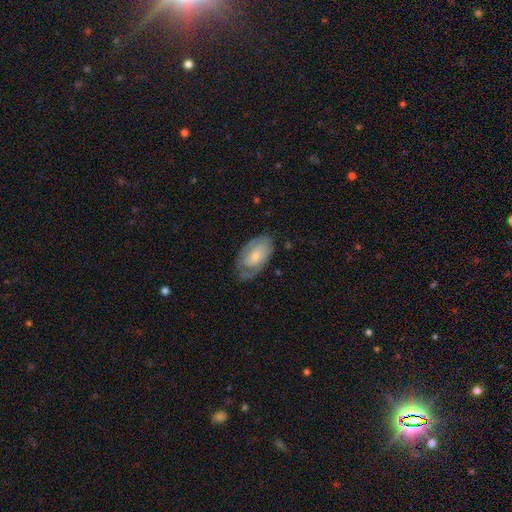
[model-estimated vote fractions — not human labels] This appears to be a featured or disk galaxy (64%) with no bar (67%), 2 (49%) tight (54%) spiral arms (85%) and a small central bulge (49%). Merging: none (65%).